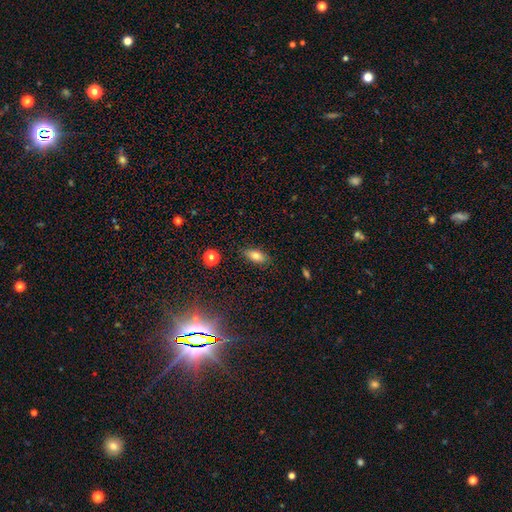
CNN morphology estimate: The model was most divided on "merging": none: 83%, minor disturbance: 13%, major disturbance: 3%, merger: 1%. More confident: how rounded — in between (86%); smooth or featured — smooth (82%).